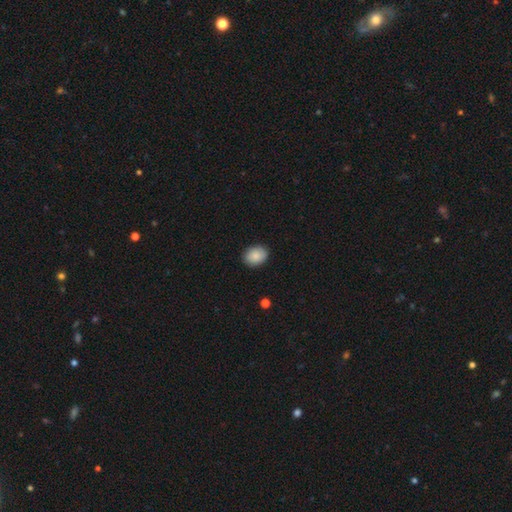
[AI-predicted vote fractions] Q: Smooth or featured?
A: smooth (88%); runner-up: star or artifact (7%)
Q: How rounded?
A: in between (64%); runner-up: round (35%)
Q: Merging?
A: none (88%); runner-up: minor disturbance (9%)